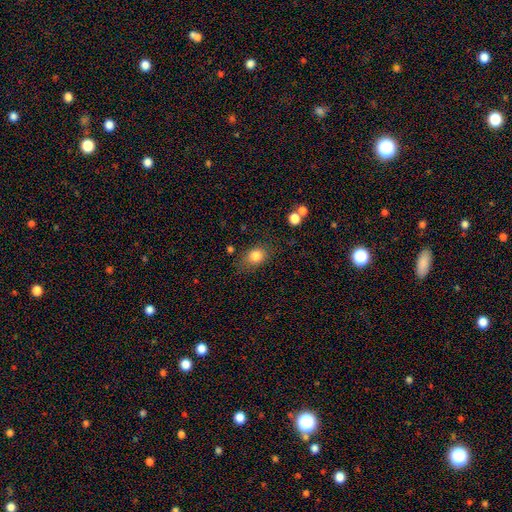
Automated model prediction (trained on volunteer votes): Smooth or featured?
  - smooth: 82% *
  - star or artifact: 10%
  - featured or disk: 9%
How rounded?
  - in between: 61% *
  - round: 38%
  - cigar-shaped: 2%
Merging?
  - none: 71% *
  - minor disturbance: 20%
  - major disturbance: 6%
  - merger: 3%